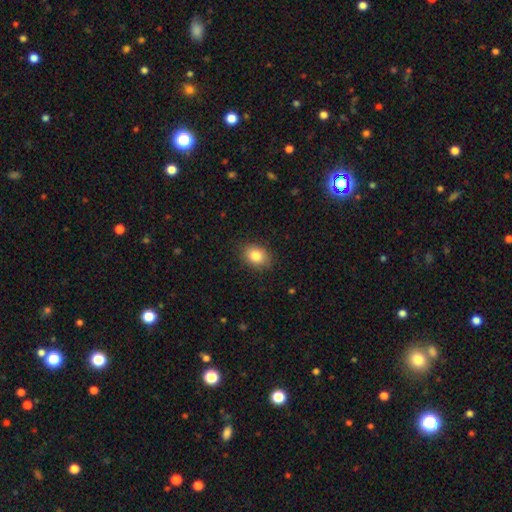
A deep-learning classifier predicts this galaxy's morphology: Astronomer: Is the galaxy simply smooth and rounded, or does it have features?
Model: smooth — 83%.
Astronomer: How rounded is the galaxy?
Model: in between — 59% (runner-up: round, 40%).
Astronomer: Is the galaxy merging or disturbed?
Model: none — 86%.